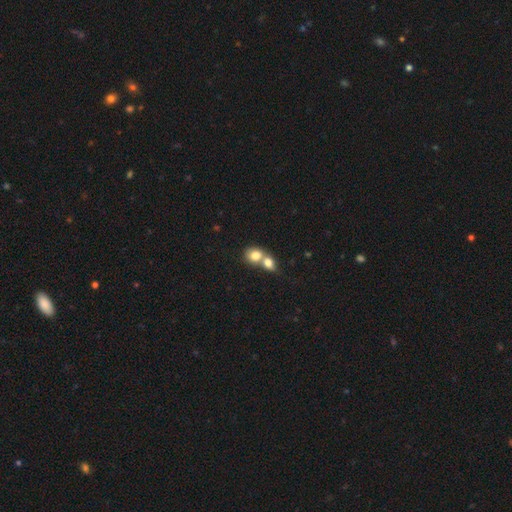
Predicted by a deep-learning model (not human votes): This is likely a smooth galaxy (77%). How rounded: likely round (61%). Merging: likely merger (72%).